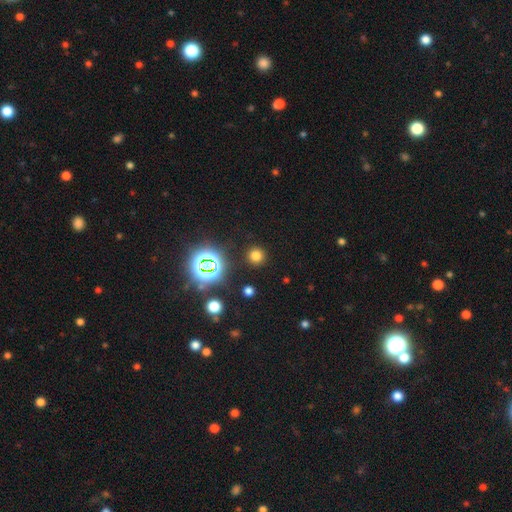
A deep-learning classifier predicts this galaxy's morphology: smooth-or-featured: smooth: 71% | star or artifact: 23% | featured or disk: 6%
  how-rounded: round: 94% | in between: 5% | cigar-shaped: 1%
  merging: none: 90% | minor disturbance: 6% | major disturbance: 3% | merger: 2%